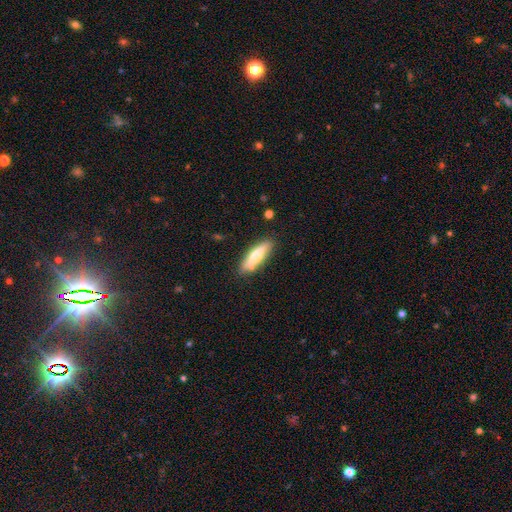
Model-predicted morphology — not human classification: smooth-or-featured: smooth: 65% | featured or disk: 29% | star or artifact: 6%
  how-rounded: cigar-shaped: 61% | in between: 37% | round: 2%
  merging: none: 81% | minor disturbance: 13% | merger: 3% | major disturbance: 3%